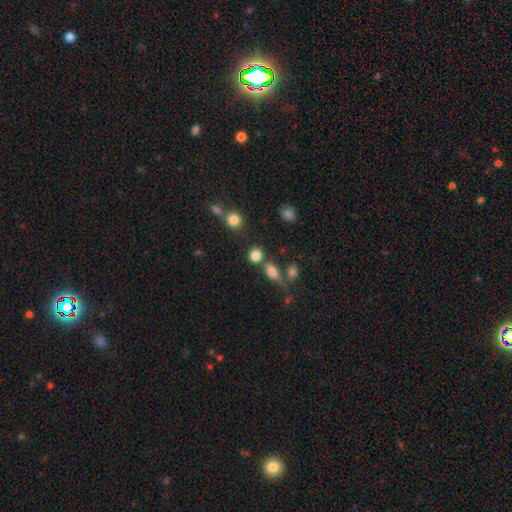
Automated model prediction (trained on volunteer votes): Morphology: type=smooth (82%); roundness=round (70%); merging=none (62%).